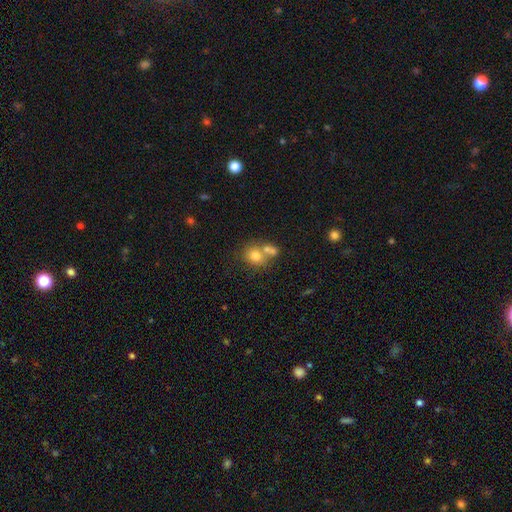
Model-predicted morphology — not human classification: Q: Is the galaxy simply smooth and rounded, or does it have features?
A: smooth — 72%.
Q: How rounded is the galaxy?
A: round — 71%.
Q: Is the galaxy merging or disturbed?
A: merger — 45%.